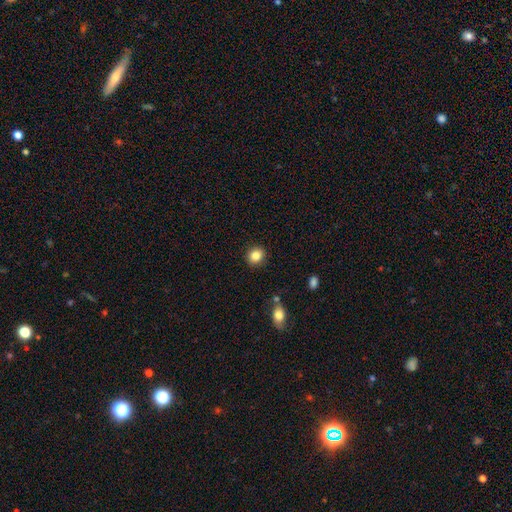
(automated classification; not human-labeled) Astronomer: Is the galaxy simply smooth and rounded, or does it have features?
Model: smooth — 84%.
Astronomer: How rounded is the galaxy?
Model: round — 81%.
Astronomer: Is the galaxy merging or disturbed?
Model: none — 90%.